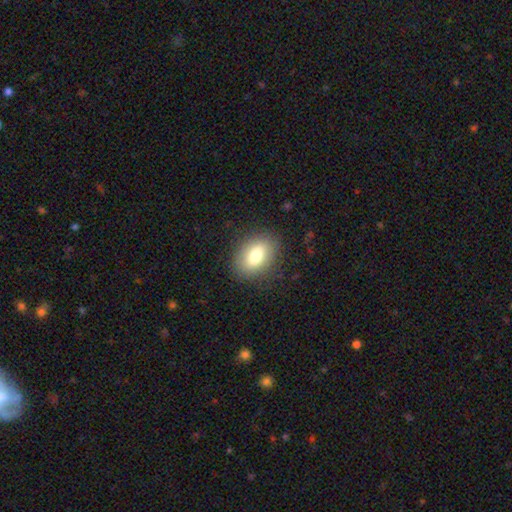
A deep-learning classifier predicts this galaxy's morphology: This appears to be a smooth galaxy with no disk features (77%) that is in between round and cigar-shaped (84%). Merging: none (85%).